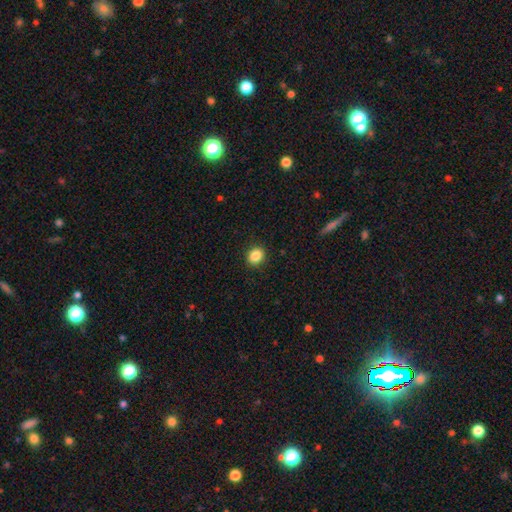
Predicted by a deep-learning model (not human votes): A smooth galaxy with no disk features (87%) that is round (58%). Merging: none (90%).